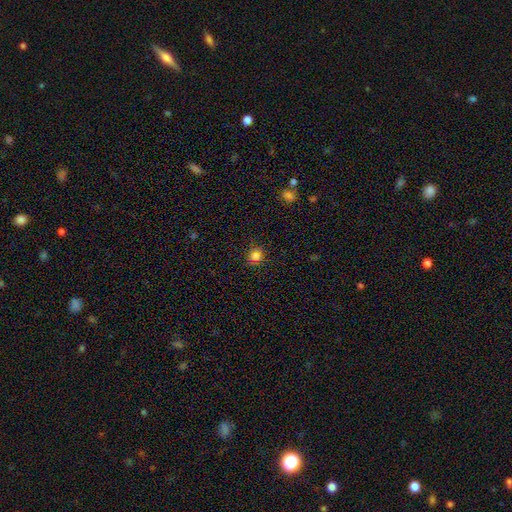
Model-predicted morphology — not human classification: This appears to be a smooth galaxy with no disk features (75%) that is round (83%). Merging: none (85%).